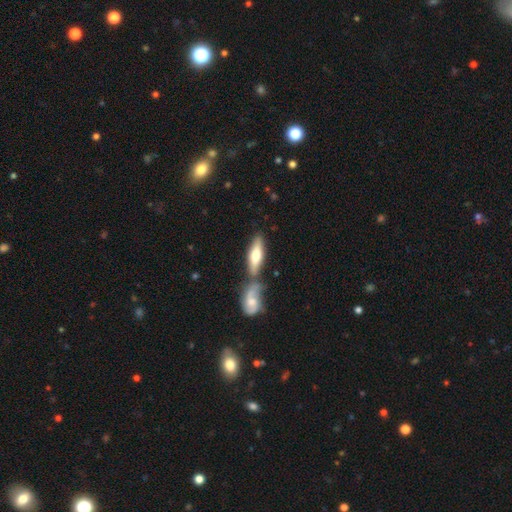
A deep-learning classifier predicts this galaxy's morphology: This is possibly a smooth galaxy (59%). How rounded: possibly in between (51%). Merging: possibly none (48%).